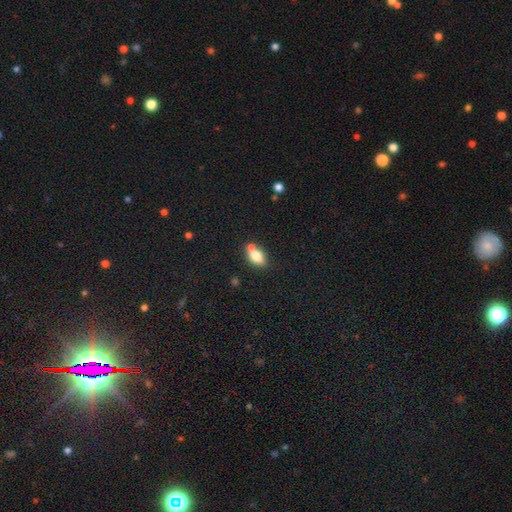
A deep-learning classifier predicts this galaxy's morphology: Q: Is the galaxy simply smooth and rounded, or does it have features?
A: smooth — 75%.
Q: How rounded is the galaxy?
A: in between — 84%.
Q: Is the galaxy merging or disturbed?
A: none — 55%.